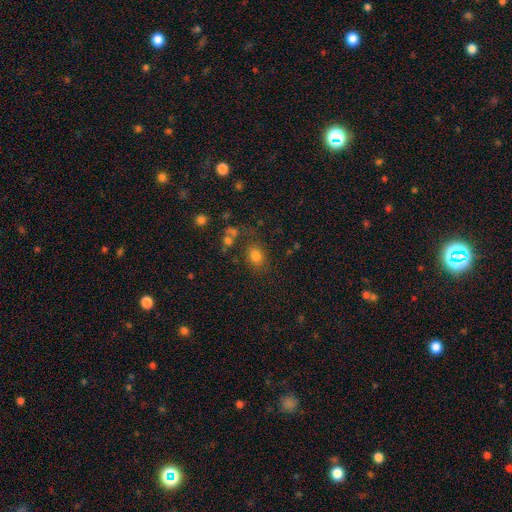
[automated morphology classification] Smooth or featured: smooth — 77% (star or artifact — 15%)
How rounded: round — 52% (in between — 47%)
Merging: none — 75% (minor disturbance — 13%)